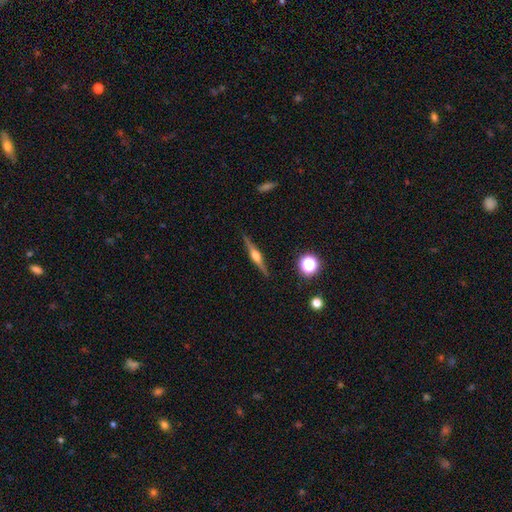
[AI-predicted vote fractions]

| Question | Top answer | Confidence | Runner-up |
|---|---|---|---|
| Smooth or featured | featured or disk | 77% | smooth (16%) |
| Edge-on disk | yes | 98% | no (2%) |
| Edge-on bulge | rounded | 89% | boxy (9%) |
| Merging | none | 90% | minor disturbance (7%) |